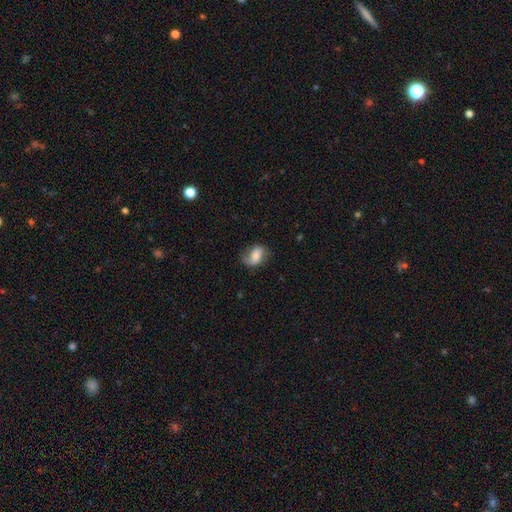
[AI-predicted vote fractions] smooth-or-featured: smooth: 60% | featured or disk: 31% | star or artifact: 8%
  how-rounded: in between: 77% | round: 21% | cigar-shaped: 2%
  merging: none: 63% | minor disturbance: 26% | major disturbance: 10% | merger: 1%